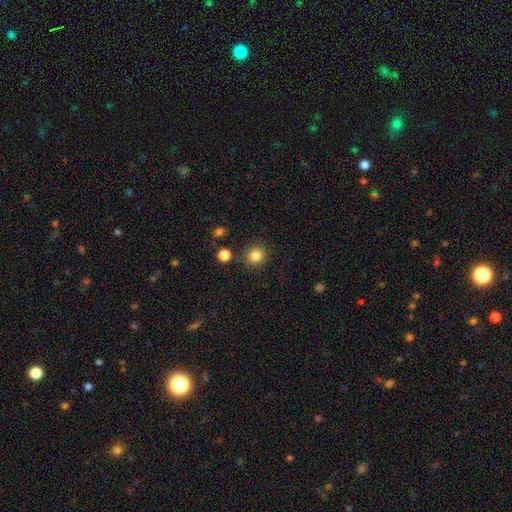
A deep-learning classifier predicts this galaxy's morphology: type=smooth (84%); roundness=round (90%); merging=none (86%).